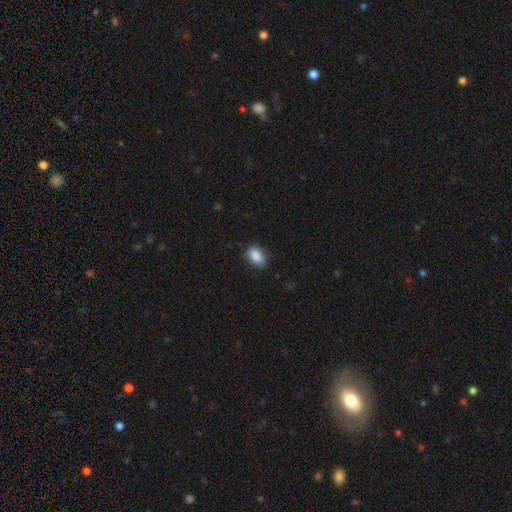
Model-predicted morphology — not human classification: type=smooth (88%); roundness=in between (88%); merging=none (83%).